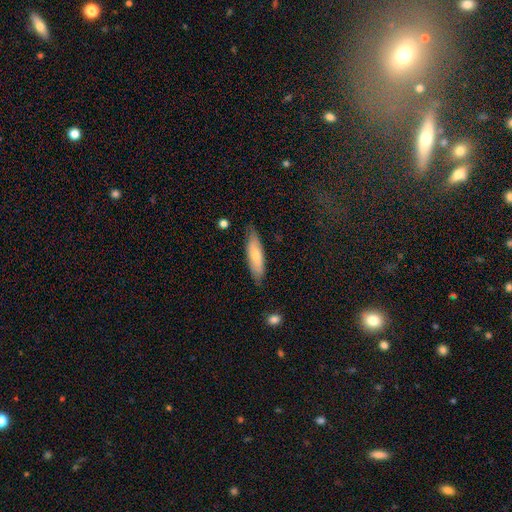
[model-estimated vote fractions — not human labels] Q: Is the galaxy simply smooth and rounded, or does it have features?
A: smooth — 68%.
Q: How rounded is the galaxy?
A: cigar-shaped — 60%.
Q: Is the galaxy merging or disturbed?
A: none — 80%.